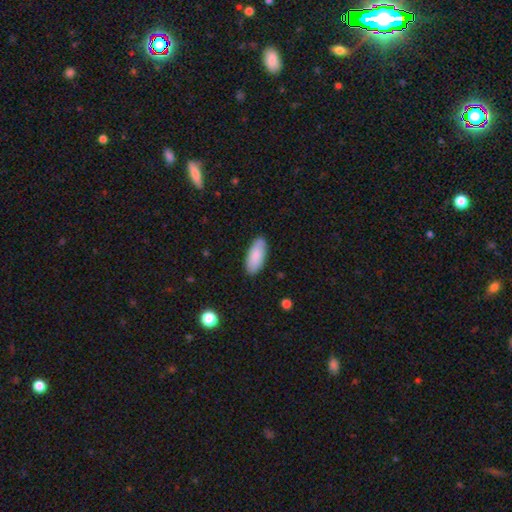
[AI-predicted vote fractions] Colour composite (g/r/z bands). It shows a smooth galaxy with no disk features (86%) that is in between round and cigar-shaped (84%). Merging: none (86%).